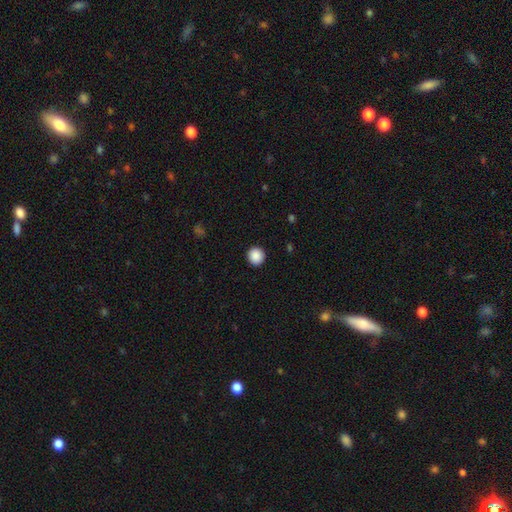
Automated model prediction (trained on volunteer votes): Smooth or featured: smooth — 89% (star or artifact — 9%)
How rounded: round — 94% (in between — 5%)
Merging: none — 92% (minor disturbance — 5%)